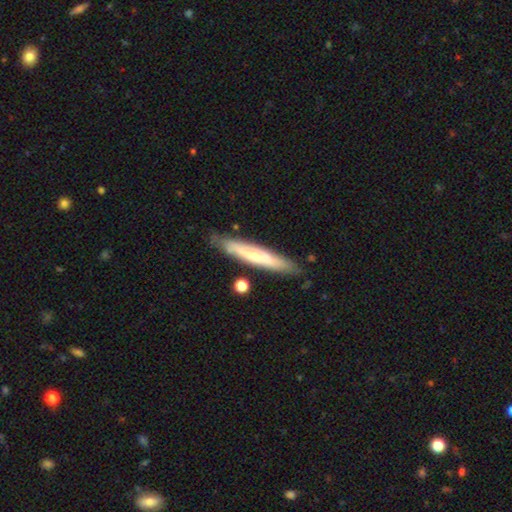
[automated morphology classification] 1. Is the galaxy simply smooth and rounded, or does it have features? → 51% featured or disk, 43% smooth, 6% star or artifact.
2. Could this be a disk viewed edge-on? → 76% yes, 24% no.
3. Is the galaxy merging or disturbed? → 81% none, 14% minor disturbance, 3% merger, 3% major disturbance.